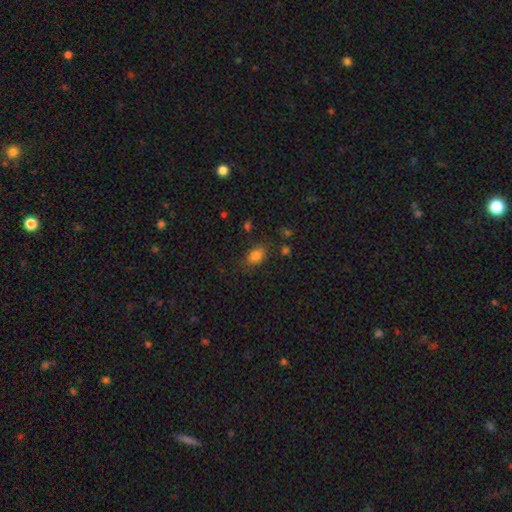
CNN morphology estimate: smooth 82%, star or artifact 12%, featured or disk 6%. Down the decision tree: how rounded — in between (79%); merging — none (74%).